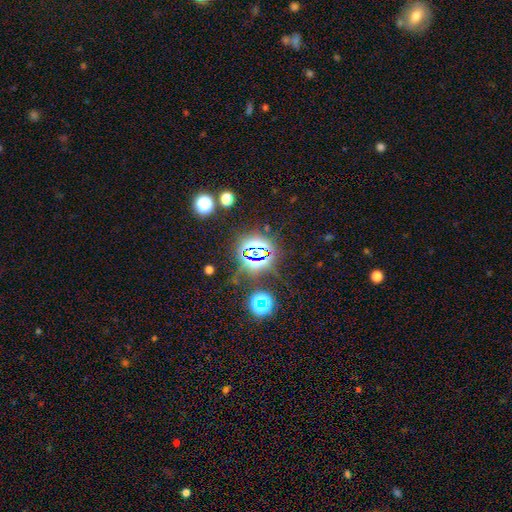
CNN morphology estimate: Overall: star or artifact (75%).